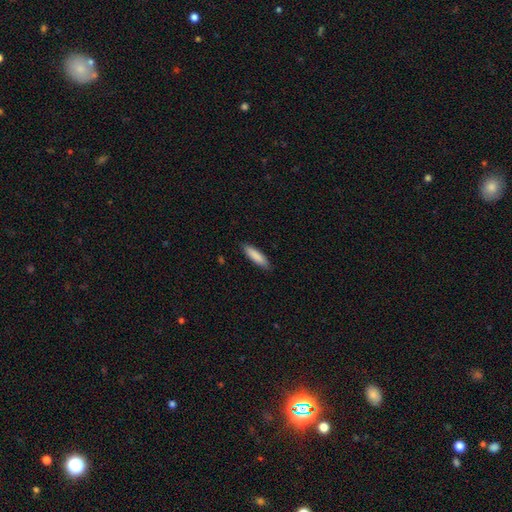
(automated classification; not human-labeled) smooth-or-featured: smooth: 86% | featured or disk: 8% | star or artifact: 6%
  how-rounded: cigar-shaped: 69% | in between: 30% | round: 1%
  merging: none: 87% | minor disturbance: 10% | major disturbance: 2% | merger: 1%